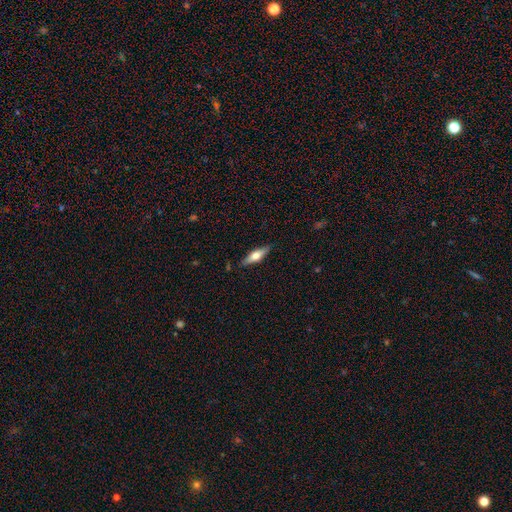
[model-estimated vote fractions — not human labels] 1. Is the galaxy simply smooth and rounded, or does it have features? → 49% smooth, 45% featured or disk, 6% star or artifact.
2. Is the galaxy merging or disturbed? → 86% none, 11% minor disturbance, 2% major disturbance, 1% merger.